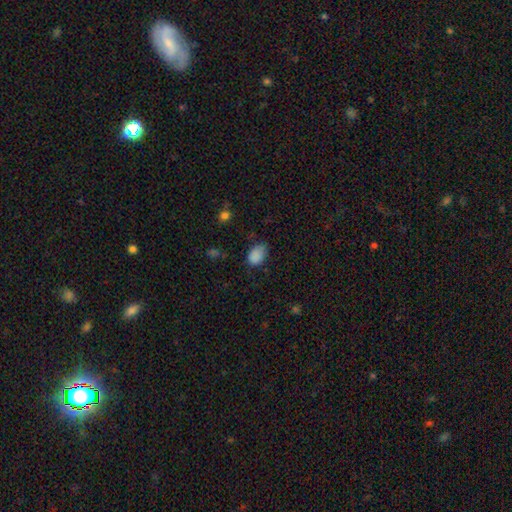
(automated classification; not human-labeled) Smooth or featured? smooth (86%)
How rounded? in between (82%)
Merging? none (60%)